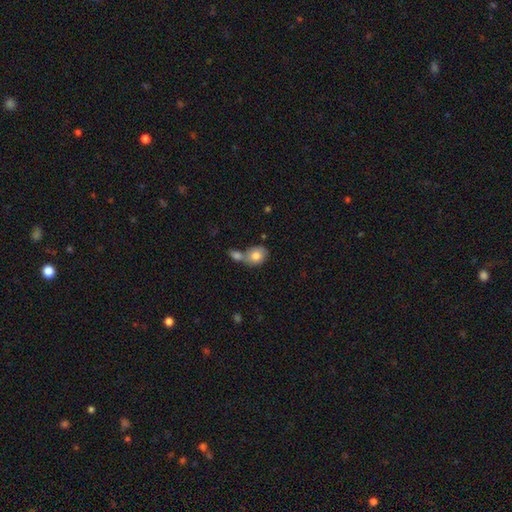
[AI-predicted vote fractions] Q: Smooth or featured?
A: smooth (80%); runner-up: featured or disk (12%)
Q: How rounded?
A: round (53%); runner-up: in between (46%)
Q: Merging?
A: merger (53%); runner-up: none (33%)